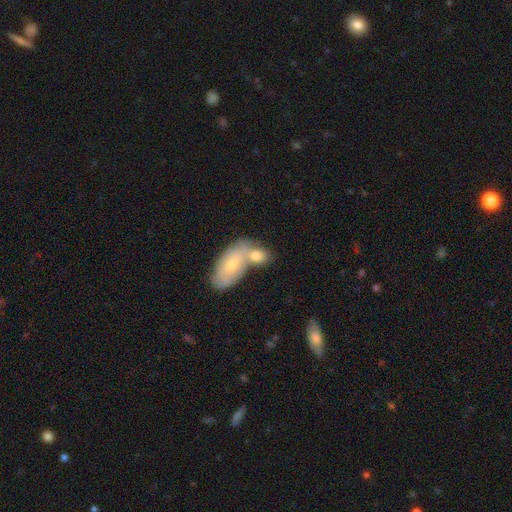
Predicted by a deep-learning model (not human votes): Morphology: type=smooth (70%); roundness=in between (78%); merging=merger (53%).